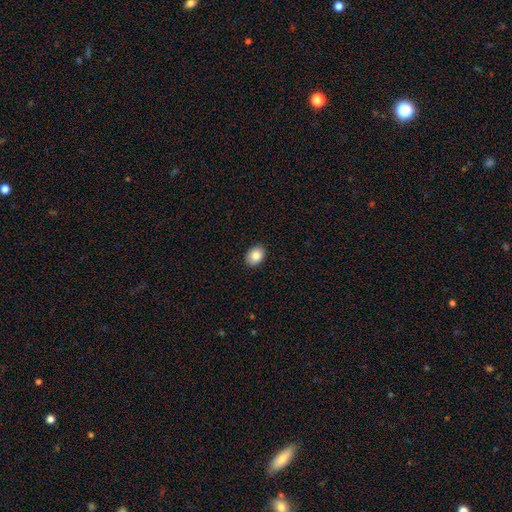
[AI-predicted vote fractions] Smooth or featured? smooth (85%)
How rounded? in between (70%)
Merging? none (90%)